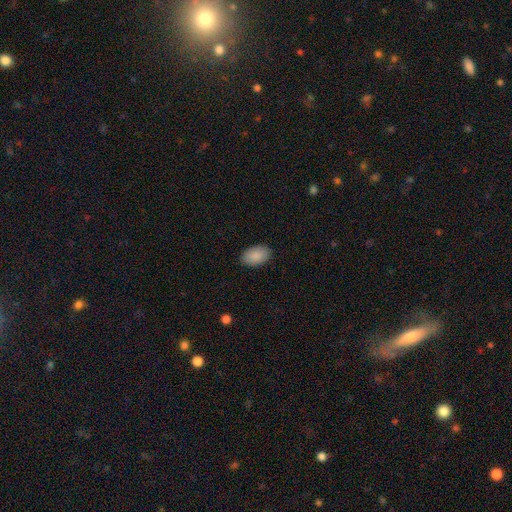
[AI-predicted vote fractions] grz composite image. It shows a smooth galaxy with no disk features (90%) that is in between round and cigar-shaped (92%). Merging: none (88%).